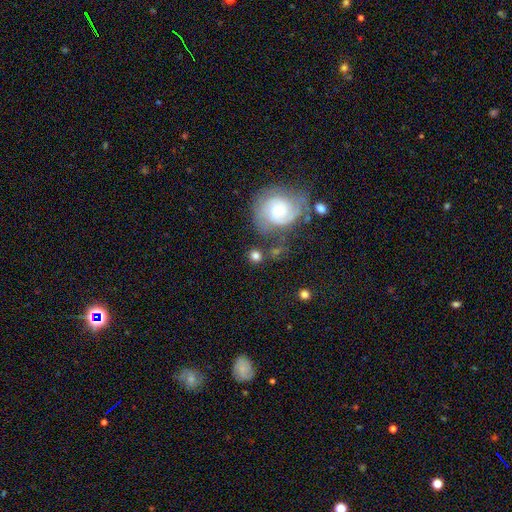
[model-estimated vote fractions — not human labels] smooth_or_featured: smooth (p=0.61) [alt: featured or disk p=0.29]
how_rounded: round (p=0.82) [alt: in between p=0.17]
merging: none (p=0.64) [alt: minor disturbance p=0.14]